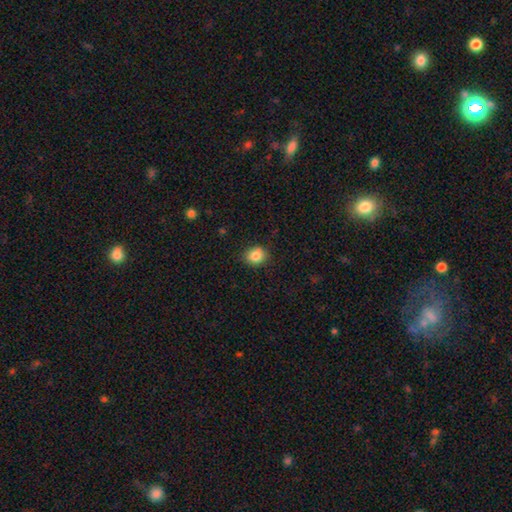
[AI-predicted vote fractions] Morphology: type=smooth (85%); roundness=round (69%); merging=none (84%).